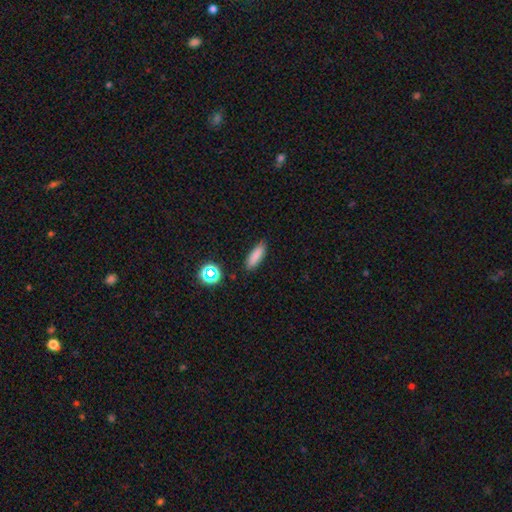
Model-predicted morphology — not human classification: Smooth or featured?
  - smooth: 82% *
  - star or artifact: 11%
  - featured or disk: 7%
How rounded?
  - cigar-shaped: 49% *
  - in between: 48%
  - round: 3%
Merging?
  - none: 86% *
  - minor disturbance: 10%
  - major disturbance: 2%
  - merger: 2%